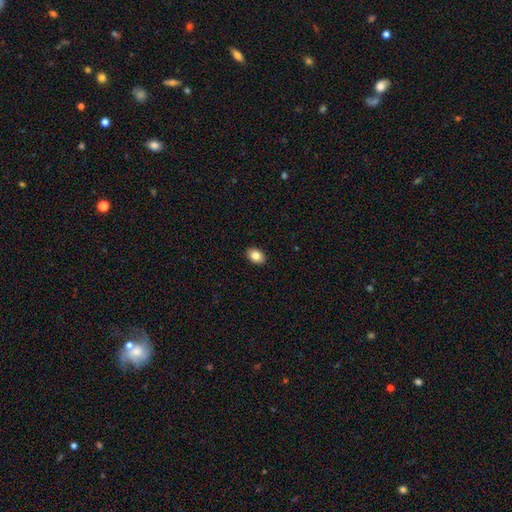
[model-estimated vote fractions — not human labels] Smooth or featured: smooth — 85% (star or artifact — 8%)
How rounded: in between — 81% (round — 18%)
Merging: none — 90% (minor disturbance — 7%)